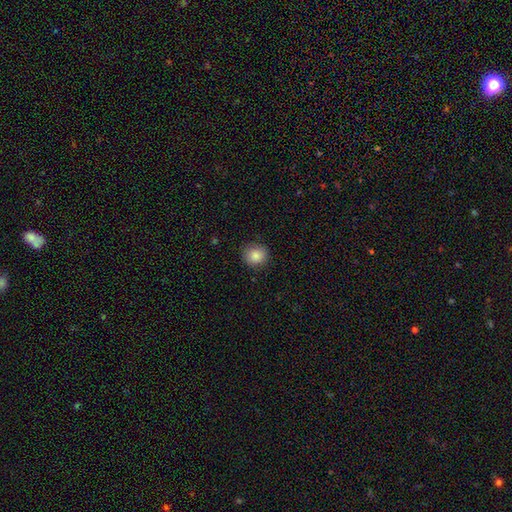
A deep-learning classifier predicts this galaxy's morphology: Overall: smooth (86%). How rounded: round (86%). Merging: none (86%).